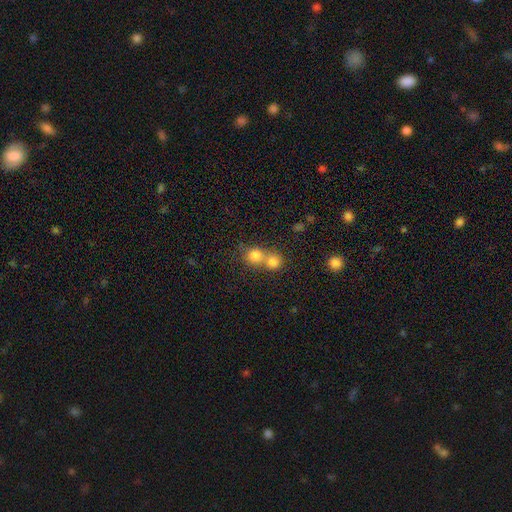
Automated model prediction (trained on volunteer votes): Smooth or featured?
  - smooth: 80% *
  - star or artifact: 11%
  - featured or disk: 10%
How rounded?
  - round: 82% *
  - in between: 17%
  - cigar-shaped: 1%
Merging?
  - merger: 59% *
  - none: 33%
  - minor disturbance: 5%
  - major disturbance: 3%